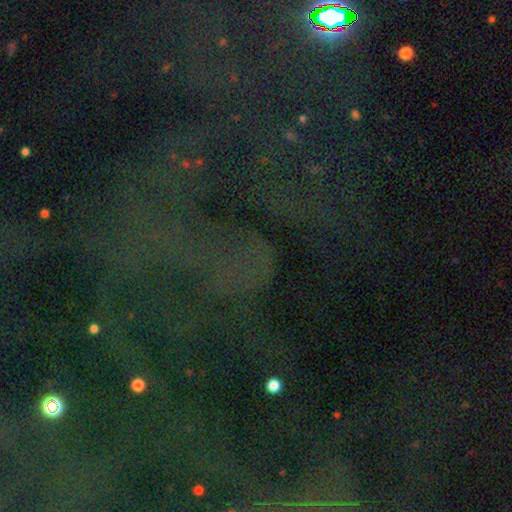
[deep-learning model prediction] The model was most divided on "smooth or featured": star or artifact: 75%, smooth: 13%, featured or disk: 12%.